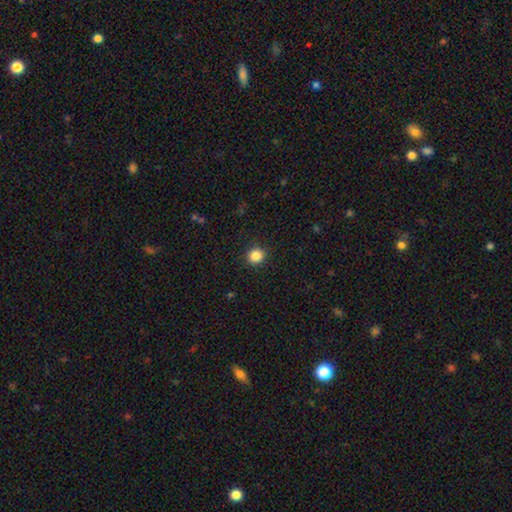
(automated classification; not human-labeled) smooth 85%, star or artifact 11%, featured or disk 4%. Down the decision tree: how rounded — round (91%); merging — none (92%).